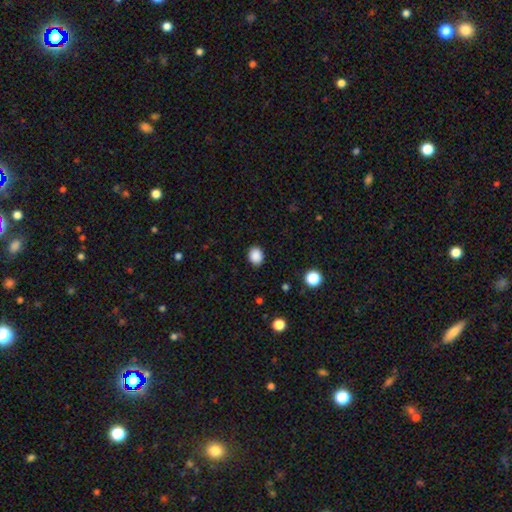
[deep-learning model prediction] smooth 88%, star or artifact 9%, featured or disk 2%. Down the decision tree: how rounded — round (51%); merging — none (89%).